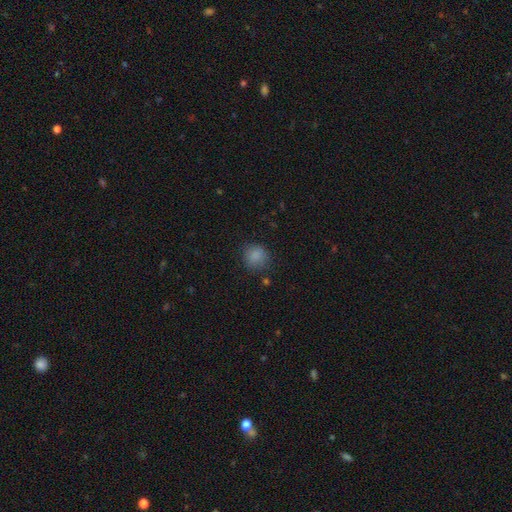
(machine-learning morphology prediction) Smooth or featured?
  - smooth: 85% *
  - star or artifact: 11%
  - featured or disk: 4%
How rounded?
  - round: 86% *
  - in between: 14%
  - cigar-shaped: 1%
Merging?
  - none: 81% *
  - minor disturbance: 14%
  - major disturbance: 4%
  - merger: 2%